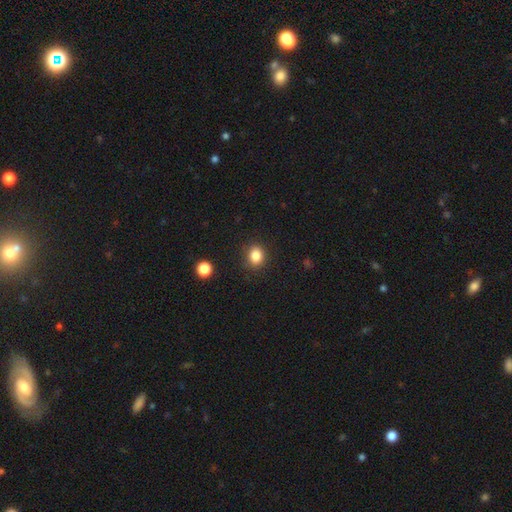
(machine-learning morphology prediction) Overall: smooth (84%). How rounded: round (67%; in between 33%). Merging: none (87%).